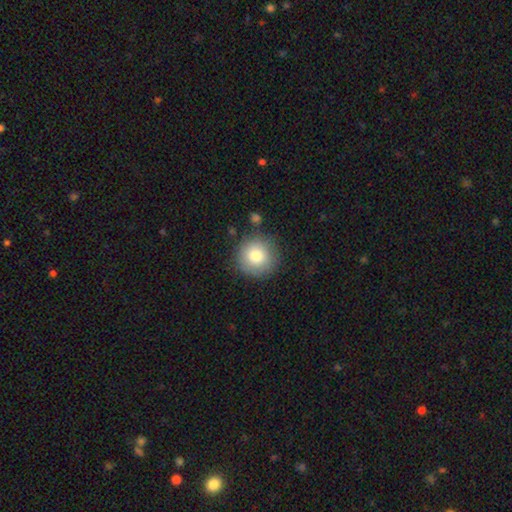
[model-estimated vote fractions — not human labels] A smooth galaxy with no disk features (81%) that is round (95%). Merging: none (85%).